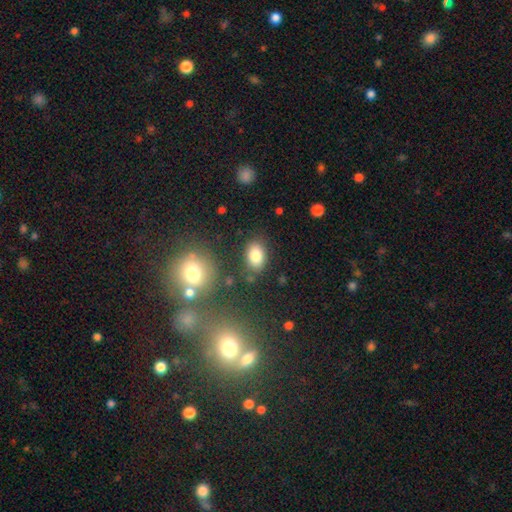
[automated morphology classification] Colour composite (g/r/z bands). It shows a smooth galaxy with no disk features (82%) that is in between round and cigar-shaped (84%). Merging: none (81%).